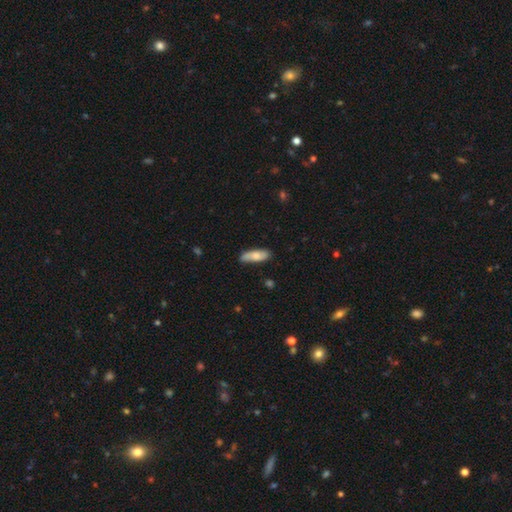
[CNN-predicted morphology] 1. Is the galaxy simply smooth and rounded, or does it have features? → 71% smooth, 23% featured or disk, 6% star or artifact.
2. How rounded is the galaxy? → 56% in between, 42% cigar-shaped, 2% round.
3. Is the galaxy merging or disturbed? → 77% none, 19% minor disturbance, 3% major disturbance, 2% merger.